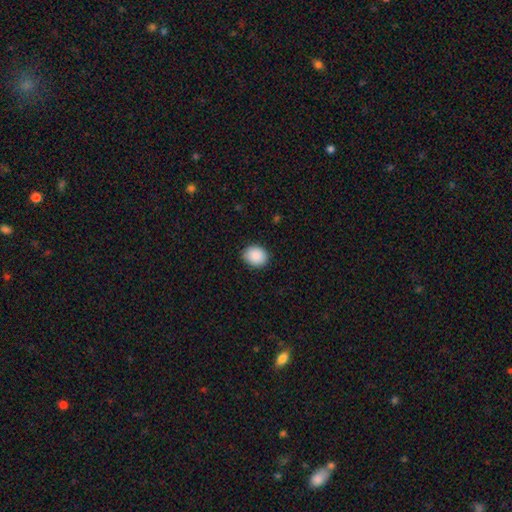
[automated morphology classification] smooth_or_featured: smooth (p=0.90) [alt: star or artifact p=0.07]
how_rounded: round (p=0.57) [alt: in between p=0.42]
merging: none (p=0.88) [alt: minor disturbance p=0.09]